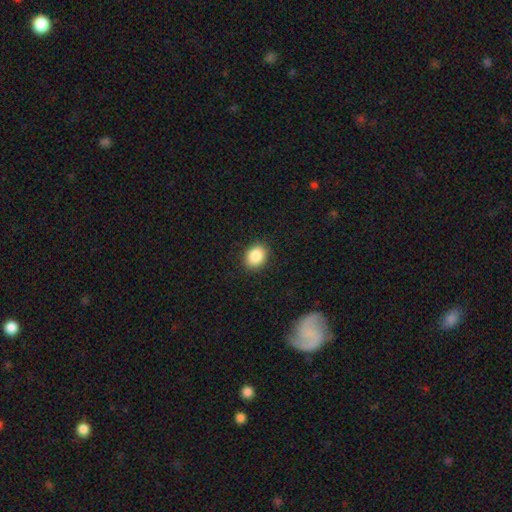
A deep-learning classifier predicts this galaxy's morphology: Q: Smooth or featured?
A: smooth (87%); runner-up: star or artifact (8%)
Q: How rounded?
A: in between (53%); runner-up: round (46%)
Q: Merging?
A: none (89%); runner-up: minor disturbance (8%)